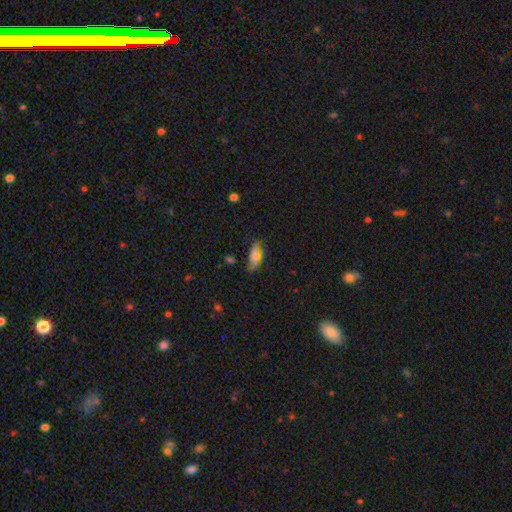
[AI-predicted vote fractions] smooth-or-featured: smooth: 58% | featured or disk: 31% | star or artifact: 11%
  how-rounded: in between: 58% | cigar-shaped: 39% | round: 3%
  merging: none: 65% | minor disturbance: 25% | major disturbance: 7% | merger: 3%